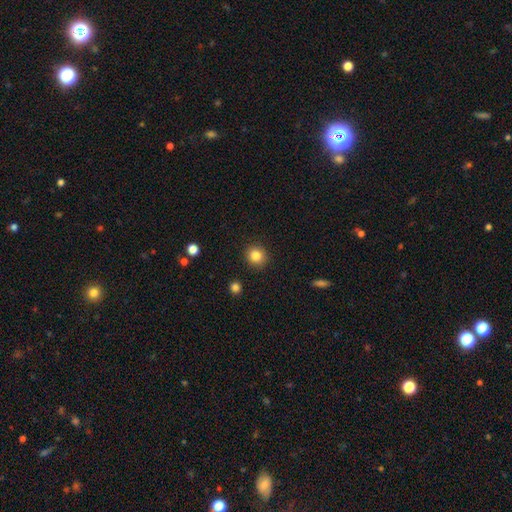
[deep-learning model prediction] A smooth galaxy with no disk features (84%) that is round (89%). Merging: none (91%).